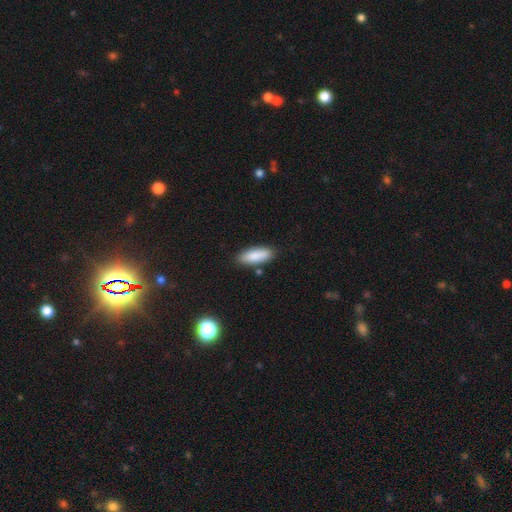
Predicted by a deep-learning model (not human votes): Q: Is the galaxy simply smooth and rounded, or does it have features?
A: smooth — 87%.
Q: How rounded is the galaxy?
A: in between — 68%.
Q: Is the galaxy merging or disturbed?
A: none — 83%.